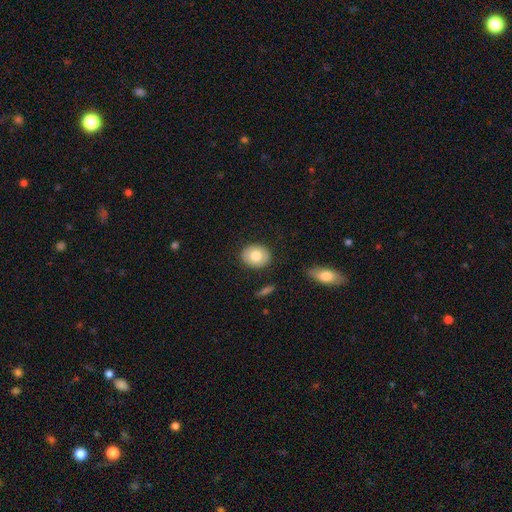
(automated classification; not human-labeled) A smooth galaxy with no disk features (75%) that is round (55%).

Vote fractions:
- Smooth or featured? smooth: 75% / featured or disk: 18% / star or artifact: 7%
- How rounded? round: 55% / in between: 44% / cigar-shaped: 1%
- Merging? none: 87% / minor disturbance: 9% / major disturbance: 2% / merger: 2%